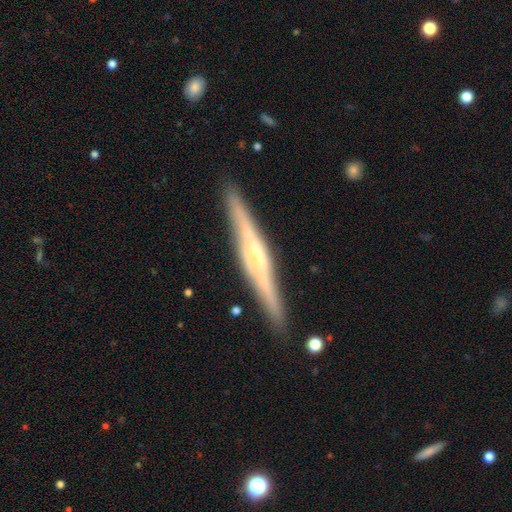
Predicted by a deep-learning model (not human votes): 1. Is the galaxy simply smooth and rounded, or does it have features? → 75% featured or disk, 19% smooth, 5% star or artifact.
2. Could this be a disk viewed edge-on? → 97% yes, 3% no.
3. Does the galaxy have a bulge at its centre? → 51% rounded, 25% boxy, 24% none.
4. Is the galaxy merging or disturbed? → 90% none, 7% minor disturbance, 1% major disturbance, 1% merger.